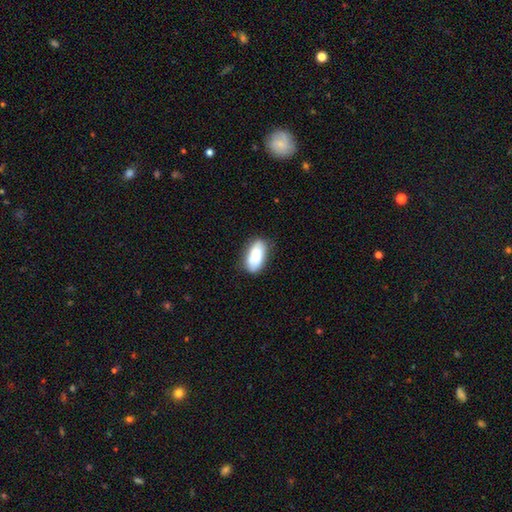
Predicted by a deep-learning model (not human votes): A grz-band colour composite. It shows a smooth galaxy with no disk features (78%) that is in between round and cigar-shaped (92%). Merging: none (80%).